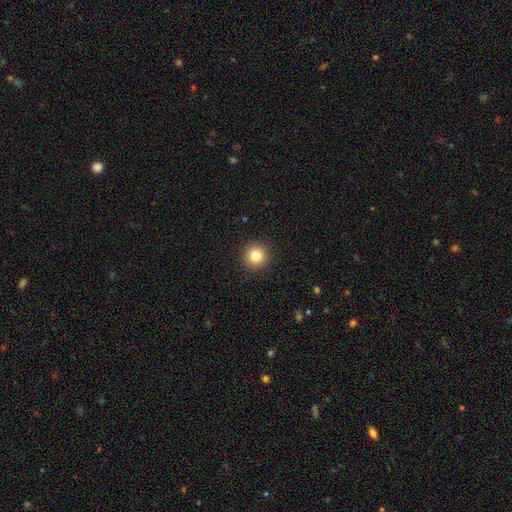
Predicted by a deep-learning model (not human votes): Smooth or featured?
  - smooth: 83% *
  - star or artifact: 11%
  - featured or disk: 7%
How rounded?
  - round: 95% *
  - in between: 4%
  - cigar-shaped: 1%
Merging?
  - none: 92% *
  - minor disturbance: 5%
  - major disturbance: 2%
  - merger: 1%